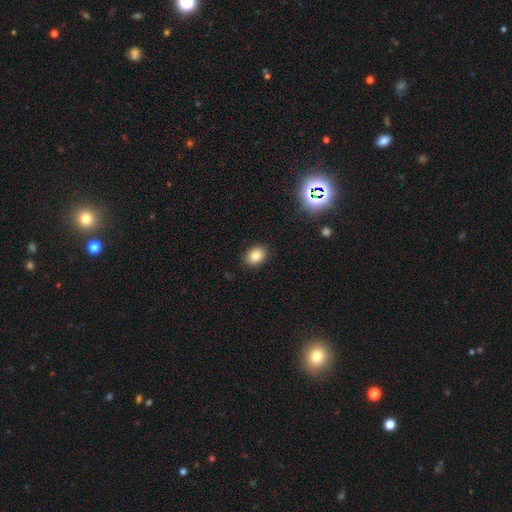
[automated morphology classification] smooth-or-featured: smooth: 84% | star or artifact: 10% | featured or disk: 6%
  how-rounded: in between: 65% | round: 34% | cigar-shaped: 1%
  merging: none: 88% | minor disturbance: 8% | major disturbance: 2% | merger: 1%